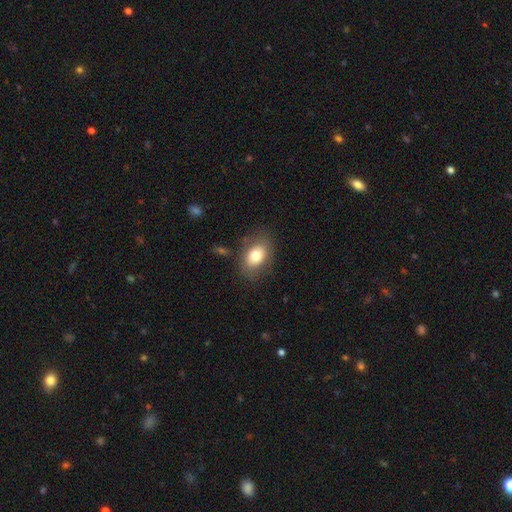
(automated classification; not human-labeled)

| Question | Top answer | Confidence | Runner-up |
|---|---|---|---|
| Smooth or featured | smooth | 76% | featured or disk (16%) |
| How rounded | in between | 81% | round (18%) |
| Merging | none | 76% | minor disturbance (15%) |